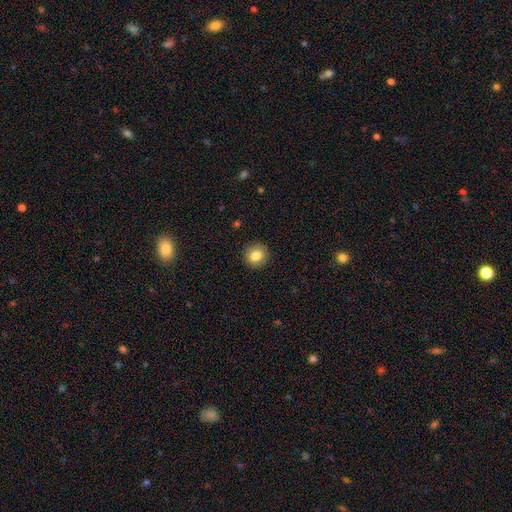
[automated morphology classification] This is clearly a smooth galaxy (83%). How rounded: clearly round (89%). Merging: clearly none (90%).